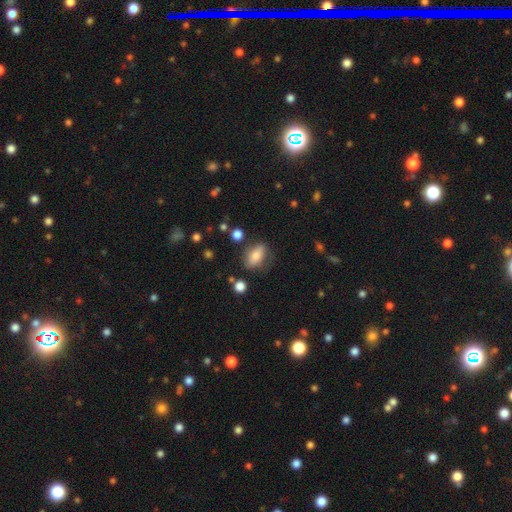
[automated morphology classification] Smooth or featured: smooth — 74% (featured or disk — 18%)
How rounded: in between — 82% (round — 12%)
Merging: none — 70% (minor disturbance — 20%)